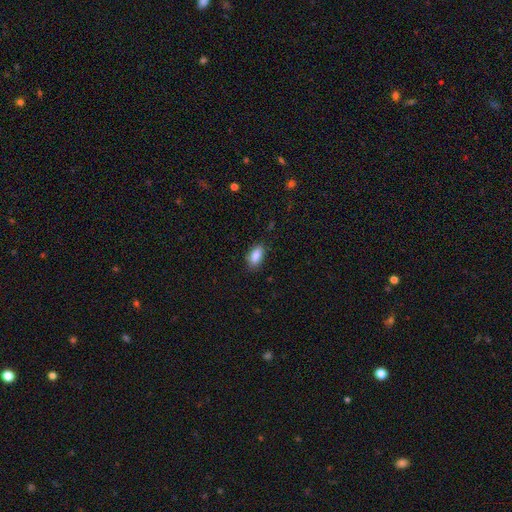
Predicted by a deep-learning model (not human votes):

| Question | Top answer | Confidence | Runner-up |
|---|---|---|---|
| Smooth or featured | smooth | 87% | star or artifact (7%) |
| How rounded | in between | 90% | cigar-shaped (6%) |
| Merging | none | 81% | minor disturbance (15%) |